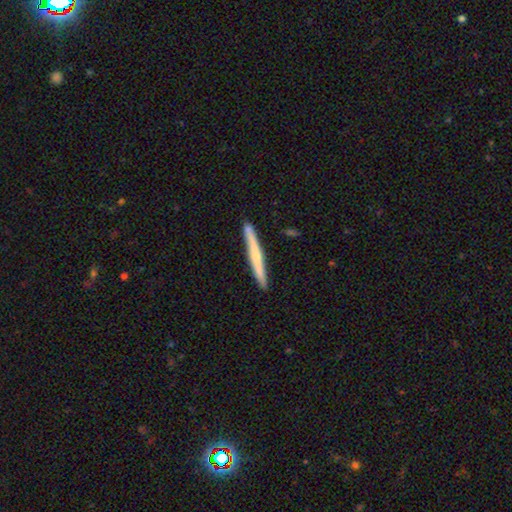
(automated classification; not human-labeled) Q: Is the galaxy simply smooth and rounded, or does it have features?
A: featured or disk — 51%.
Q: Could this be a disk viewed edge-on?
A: yes — 96%.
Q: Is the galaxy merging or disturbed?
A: none — 86%.